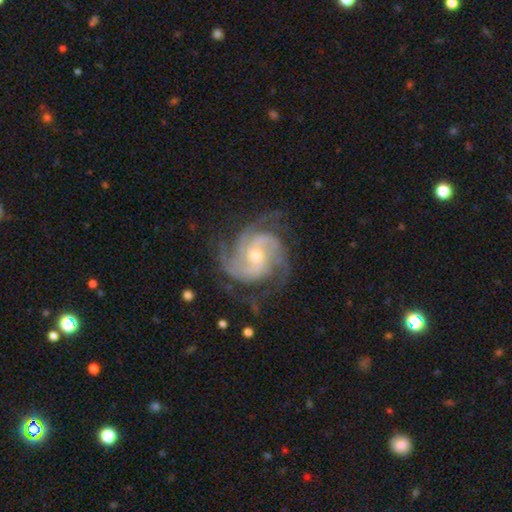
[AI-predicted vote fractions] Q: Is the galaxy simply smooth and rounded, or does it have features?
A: featured or disk — 91%.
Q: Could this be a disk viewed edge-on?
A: no — 98%.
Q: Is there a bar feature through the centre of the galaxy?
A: no — 60%.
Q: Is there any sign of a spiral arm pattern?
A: yes — 98%.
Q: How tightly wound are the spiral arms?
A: tight — 49%.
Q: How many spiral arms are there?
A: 3 — 41%.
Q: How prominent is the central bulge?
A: small — 48%, tied with moderate.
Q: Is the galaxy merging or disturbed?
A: none — 72%.